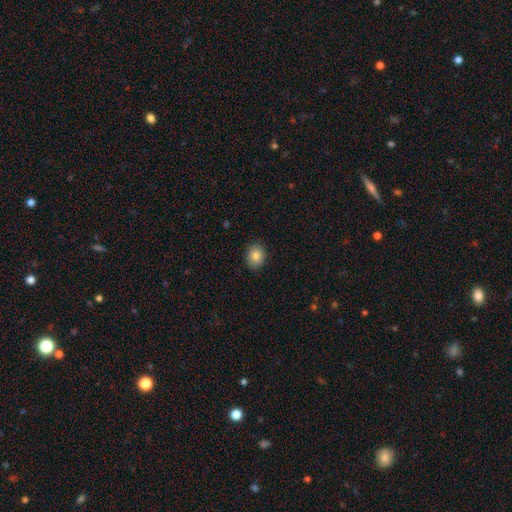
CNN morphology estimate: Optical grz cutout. It shows a smooth galaxy with no disk features (83%) that is round (55%). Merging: none (90%).